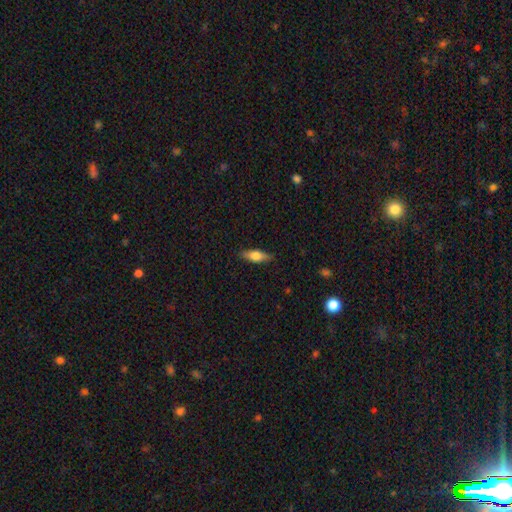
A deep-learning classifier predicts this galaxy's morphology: smooth-or-featured: smooth: 57% | featured or disk: 36% | star or artifact: 7%
  how-rounded: in between: 53% | cigar-shaped: 44% | round: 3%
  merging: none: 86% | minor disturbance: 10% | major disturbance: 2% | merger: 1%